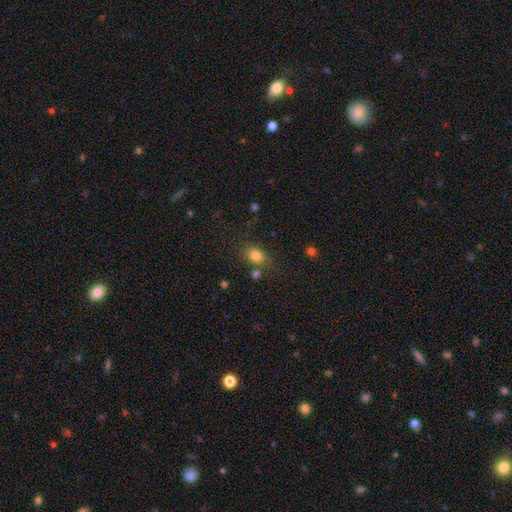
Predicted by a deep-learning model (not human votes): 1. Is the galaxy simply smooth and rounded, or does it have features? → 80% smooth, 12% star or artifact, 8% featured or disk.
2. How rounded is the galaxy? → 58% in between, 41% round, 1% cigar-shaped.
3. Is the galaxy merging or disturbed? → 71% none, 15% minor disturbance, 10% merger, 5% major disturbance.